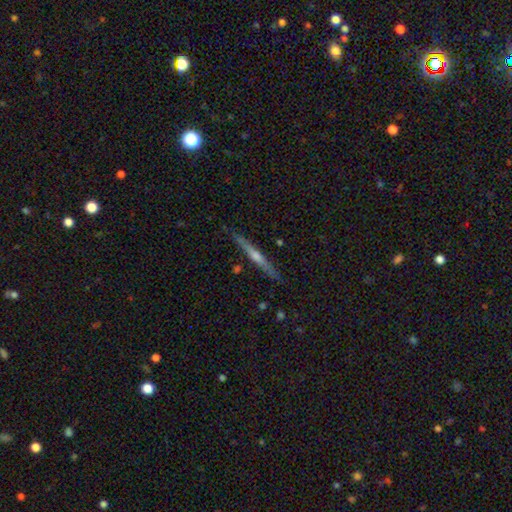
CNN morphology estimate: featured or disk 70%, smooth 24%, star or artifact 6%. Down the decision tree: edge-on disk — yes (98%); edge-on bulge — rounded (63%); merging — none (88%).